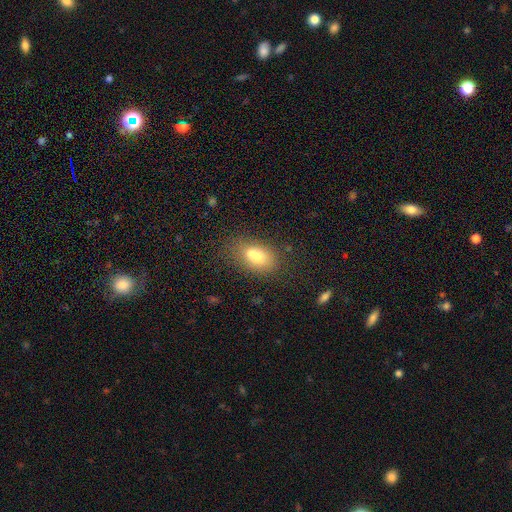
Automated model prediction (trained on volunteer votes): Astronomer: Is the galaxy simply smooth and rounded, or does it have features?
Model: smooth — 71%.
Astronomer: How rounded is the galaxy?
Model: in between — 83%.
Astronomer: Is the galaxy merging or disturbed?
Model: none — 42% (runner-up: merger, 37%).